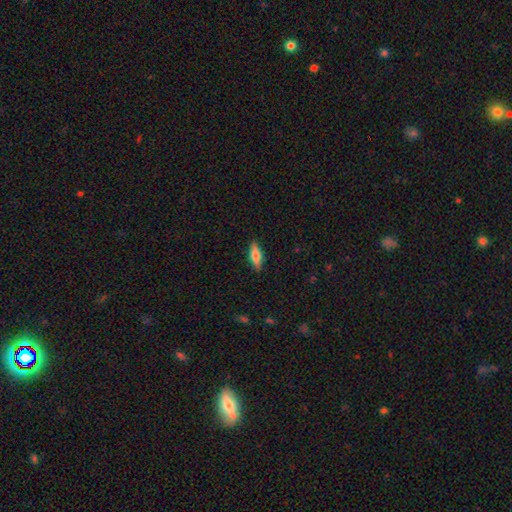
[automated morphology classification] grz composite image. It shows a smooth galaxy with no disk features (59%) that is in between round and cigar-shaped (55%). Merging: none (88%).